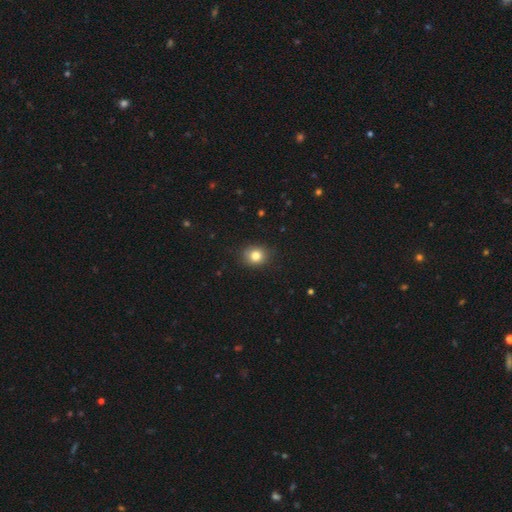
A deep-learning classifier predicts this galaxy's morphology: Smooth or featured: smooth — 82% (star or artifact — 11%)
How rounded: round — 74% (in between — 26%)
Merging: none — 86% (minor disturbance — 10%)